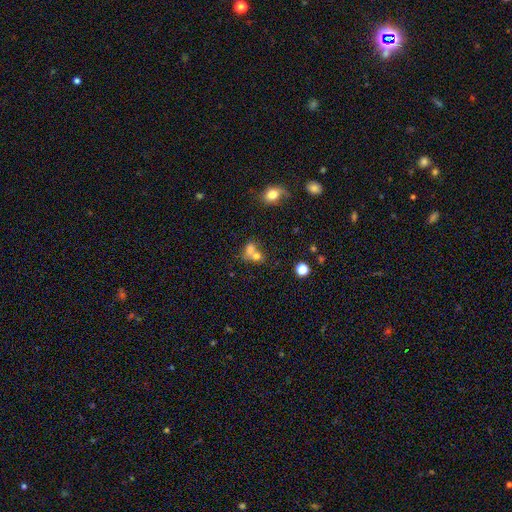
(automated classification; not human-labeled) The model was most divided on "merging": merger: 50%, none: 37%, minor disturbance: 8%, major disturbance: 5%. More confident: how rounded — round (63%); smooth or featured — smooth (54%).